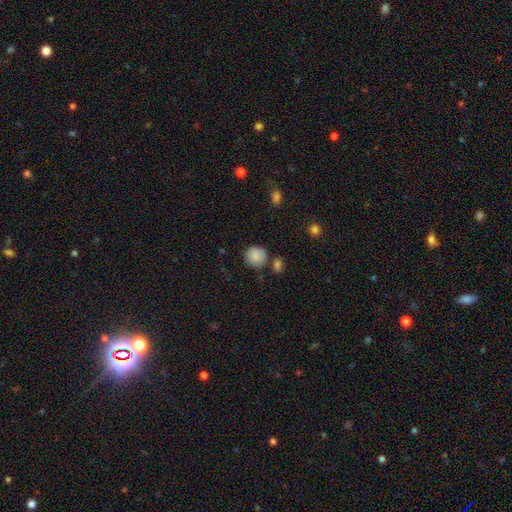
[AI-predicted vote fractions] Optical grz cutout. It shows a smooth galaxy with no disk features (86%) that is round (88%). Merging: none (74%).